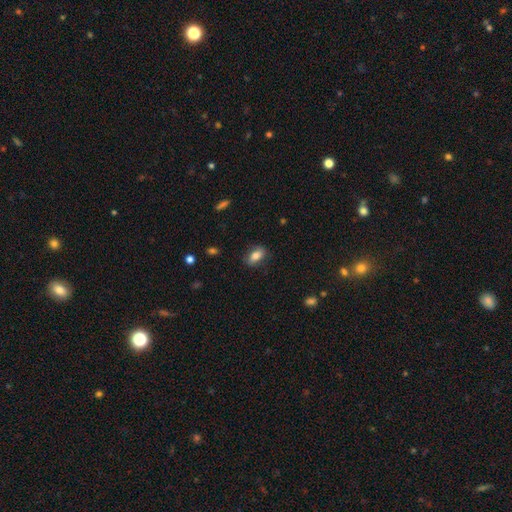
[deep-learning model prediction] smooth 80%, featured or disk 12%, star or artifact 8%. Down the decision tree: how rounded — in between (87%); merging — none (82%).